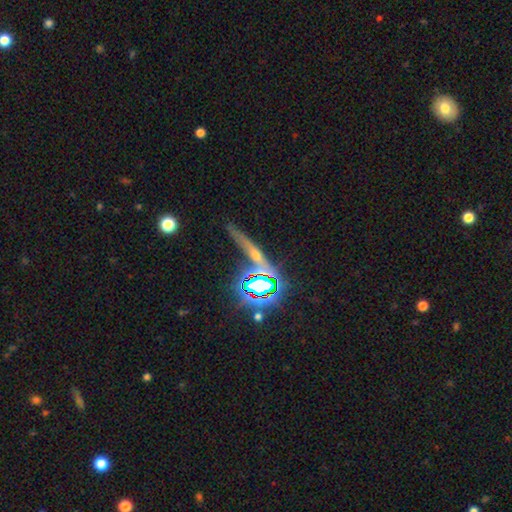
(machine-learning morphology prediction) The model was most divided on "smooth or featured": star or artifact: 58%, featured or disk: 23%, smooth: 19%.